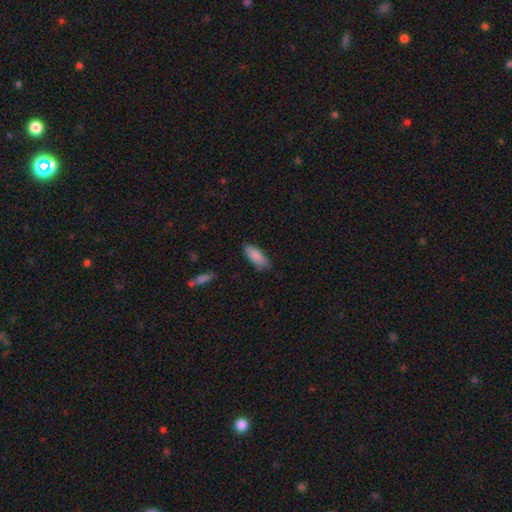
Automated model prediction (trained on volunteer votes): Smooth or featured? Predicted: smooth (p=0.86). How rounded? Predicted: in between (p=0.78). Merging? Predicted: none (p=0.81).